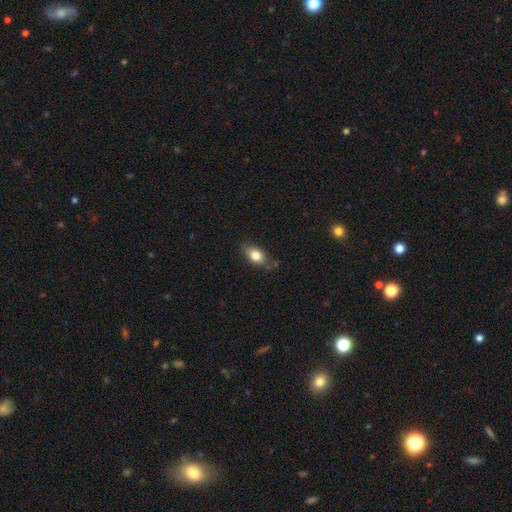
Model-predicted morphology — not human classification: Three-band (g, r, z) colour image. It shows a smooth galaxy with no disk features (80%) that is in between round and cigar-shaped (83%). Merging: none (71%).